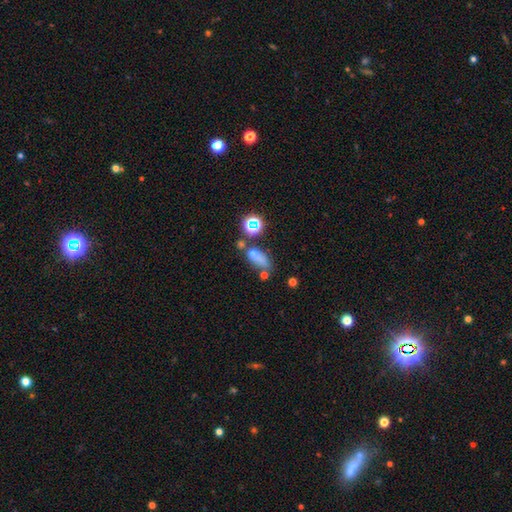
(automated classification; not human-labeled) Smooth or featured?
  - smooth: 64% *
  - star or artifact: 22%
  - featured or disk: 14%
How rounded?
  - in between: 65% *
  - cigar-shaped: 19%
  - round: 16%
Merging?
  - none: 45% *
  - merger: 22%
  - minor disturbance: 20%
  - major disturbance: 13%